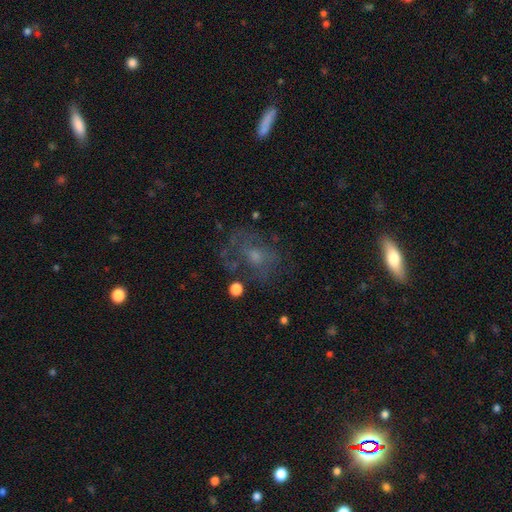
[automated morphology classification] The model was most divided on "smooth or featured": featured or disk: 52%, star or artifact: 25%, smooth: 23%. More confident: edge-on disk — no (91%); merging — none (67%).